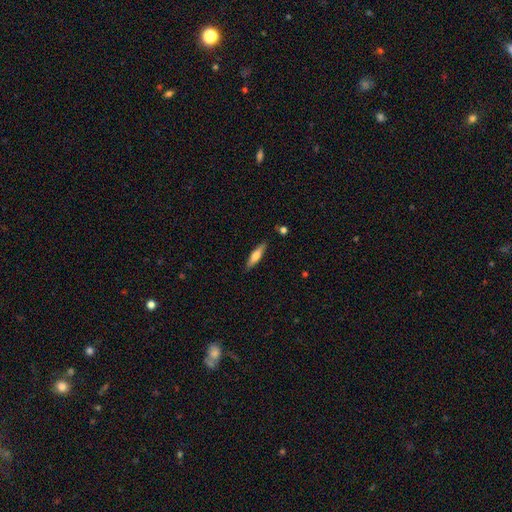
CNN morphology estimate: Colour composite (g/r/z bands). It shows a smooth galaxy with no disk features (64%) that is cigar-shaped (73%). Merging: none (86%).